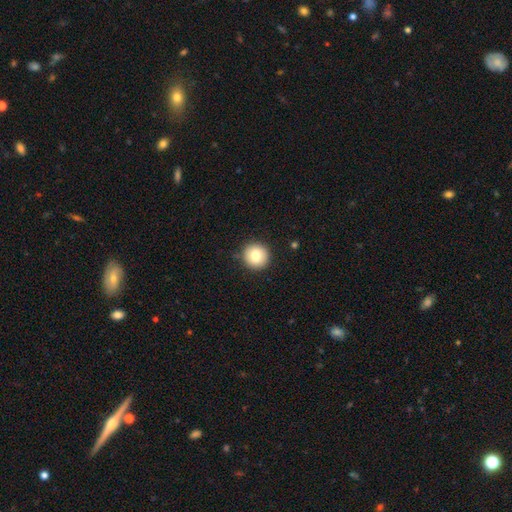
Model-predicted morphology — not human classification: smooth_or_featured: smooth (p=0.81) [alt: featured or disk p=0.11]
how_rounded: round (p=0.94) [alt: in between p=0.05]
merging: none (p=0.90) [alt: minor disturbance p=0.07]